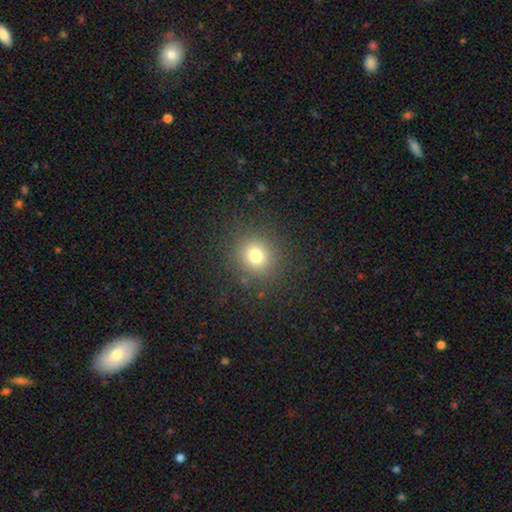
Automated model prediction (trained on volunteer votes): Smooth or featured?
  - smooth: 74% *
  - star or artifact: 17%
  - featured or disk: 9%
How rounded?
  - round: 88% *
  - in between: 11%
  - cigar-shaped: 1%
Merging?
  - none: 88% *
  - minor disturbance: 7%
  - major disturbance: 4%
  - merger: 1%